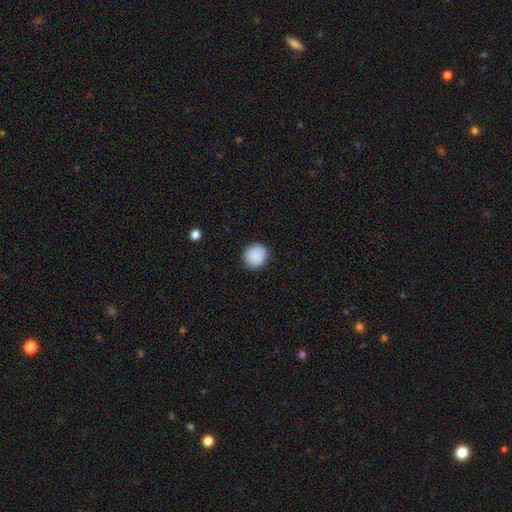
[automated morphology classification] The model was most divided on "smooth or featured": smooth: 89%, star or artifact: 8%, featured or disk: 3%. More confident: how rounded — round (92%); merging — none (90%).